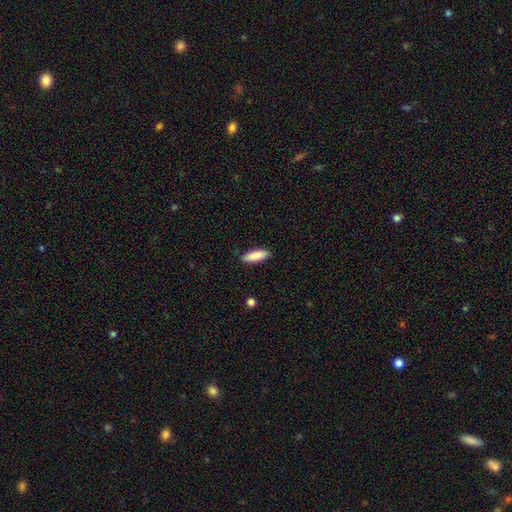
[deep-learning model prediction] Morphology: type=smooth (87%); roundness=cigar-shaped (50%); merging=none (88%).